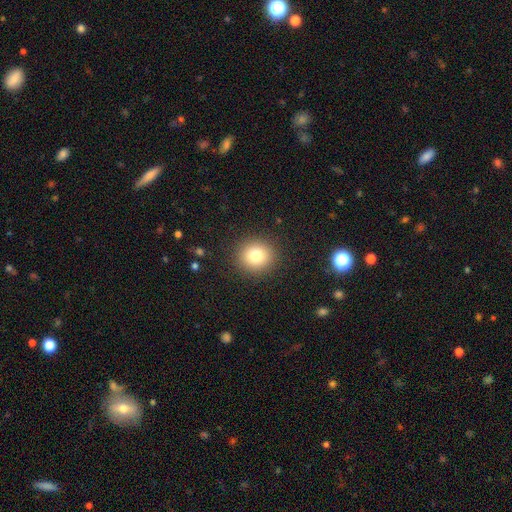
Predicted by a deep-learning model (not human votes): smooth-or-featured: smooth: 78% | star or artifact: 13% | featured or disk: 9%
  how-rounded: round: 90% | in between: 9% | cigar-shaped: 1%
  merging: none: 90% | minor disturbance: 6% | major disturbance: 2% | merger: 1%